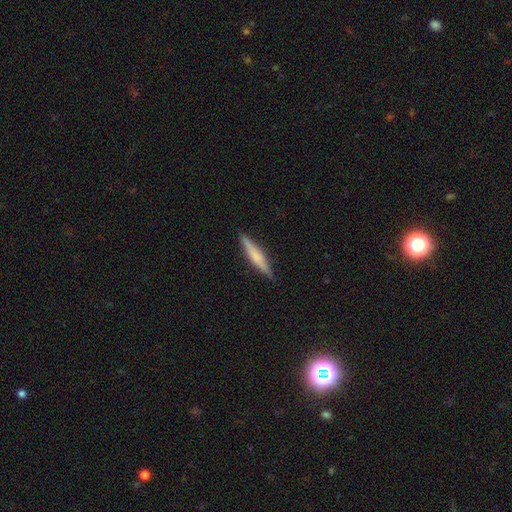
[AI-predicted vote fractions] This appears to be a smooth galaxy with no disk features (53%) that is cigar-shaped (91%). Merging: none (89%).